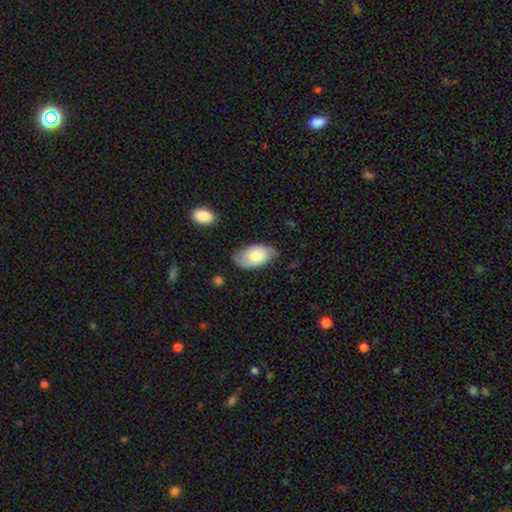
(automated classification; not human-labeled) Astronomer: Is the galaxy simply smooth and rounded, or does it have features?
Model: smooth — 50% (runner-up: featured or disk, 43%).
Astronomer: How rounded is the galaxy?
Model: in between — 93%.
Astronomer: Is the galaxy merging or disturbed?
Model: none — 69%.